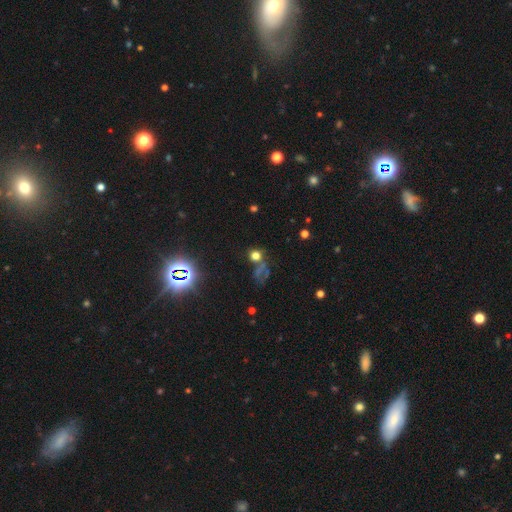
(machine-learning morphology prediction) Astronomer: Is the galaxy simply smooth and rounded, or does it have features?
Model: smooth — 52% (runner-up: star or artifact, 35%).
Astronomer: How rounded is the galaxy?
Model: round — 80%.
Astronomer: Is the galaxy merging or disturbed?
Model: none — 50%.